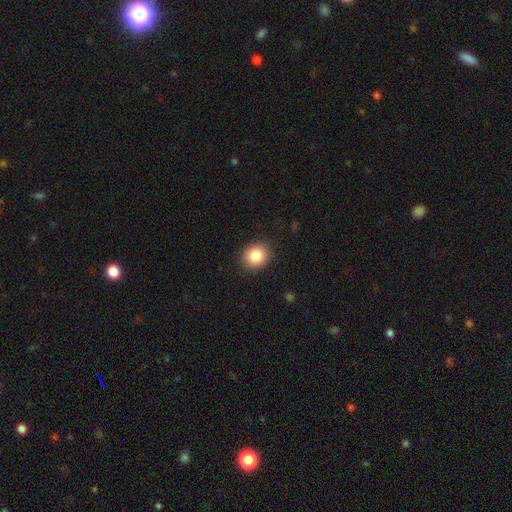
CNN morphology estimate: smooth_or_featured: smooth (p=0.85) [alt: star or artifact p=0.09]
how_rounded: round (p=0.74) [alt: in between p=0.25]
merging: none (p=0.90) [alt: minor disturbance p=0.07]